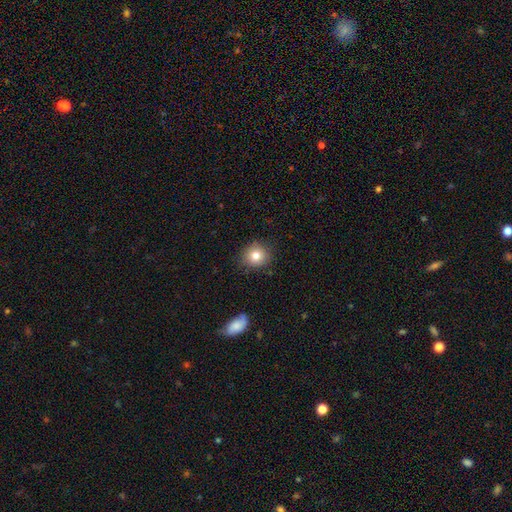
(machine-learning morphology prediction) Smooth or featured? smooth (80%)
How rounded? round (86%)
Merging? none (87%)